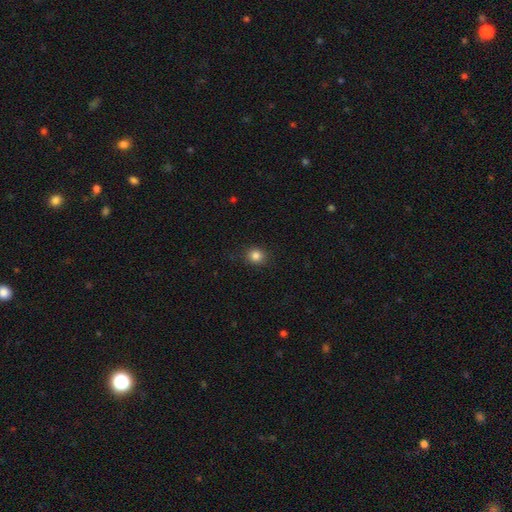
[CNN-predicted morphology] A smooth galaxy with no disk features (84%) that is round (83%).

Vote fractions:
- Smooth or featured? smooth: 84% / star or artifact: 11% / featured or disk: 4%
- How rounded? round: 83% / in between: 16% / cigar-shaped: 1%
- Merging? none: 89% / minor disturbance: 8% / major disturbance: 2% / merger: 1%